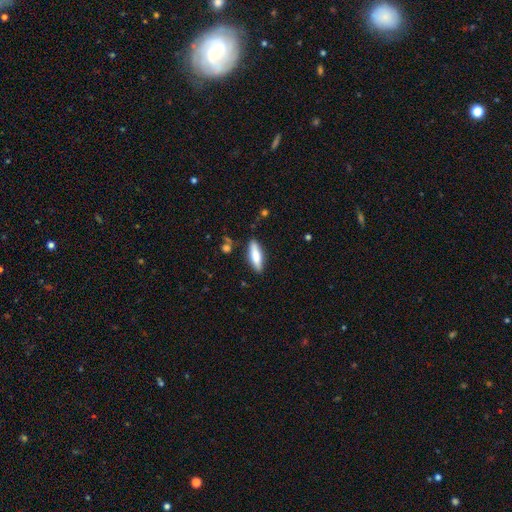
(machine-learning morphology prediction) This is likely a smooth galaxy (77%). How rounded: possibly cigar-shaped (53%). Merging: clearly none (85%).